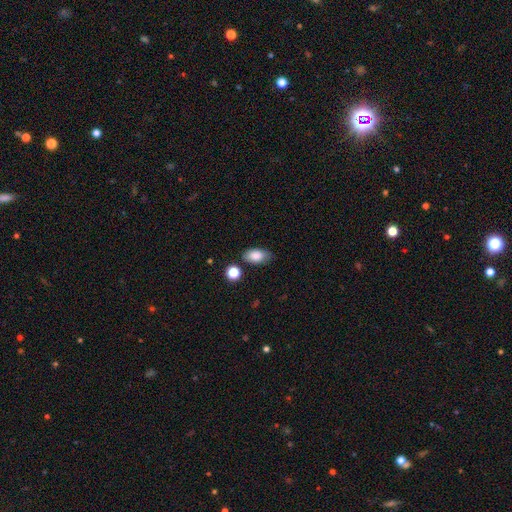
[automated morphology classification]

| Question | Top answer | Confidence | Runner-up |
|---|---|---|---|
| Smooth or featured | smooth | 84% | star or artifact (8%) |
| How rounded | in between | 91% | round (7%) |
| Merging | none | 75% | minor disturbance (17%) |